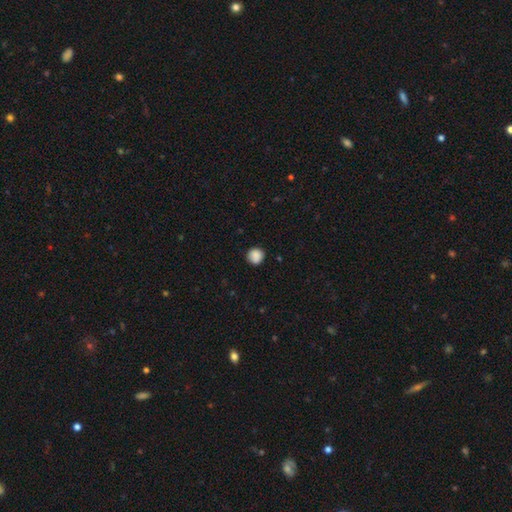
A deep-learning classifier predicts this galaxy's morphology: The model was most divided on "merging": none: 83%, minor disturbance: 12%, major disturbance: 3%, merger: 2%. More confident: how rounded — round (91%); smooth or featured — smooth (87%).